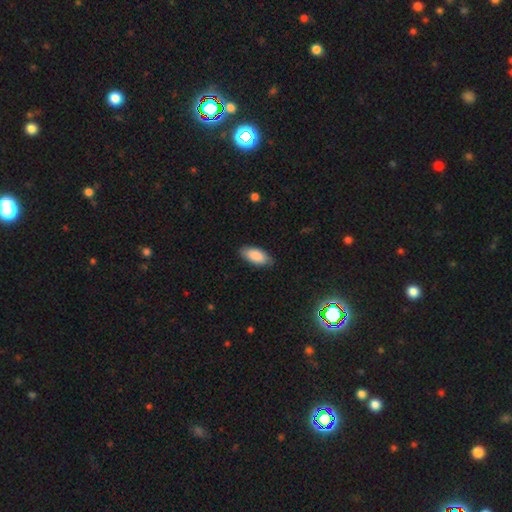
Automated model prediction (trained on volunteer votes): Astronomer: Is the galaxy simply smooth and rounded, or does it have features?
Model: smooth — 88%.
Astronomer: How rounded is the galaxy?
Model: in between — 91%.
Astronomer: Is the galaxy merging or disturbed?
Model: none — 84%.